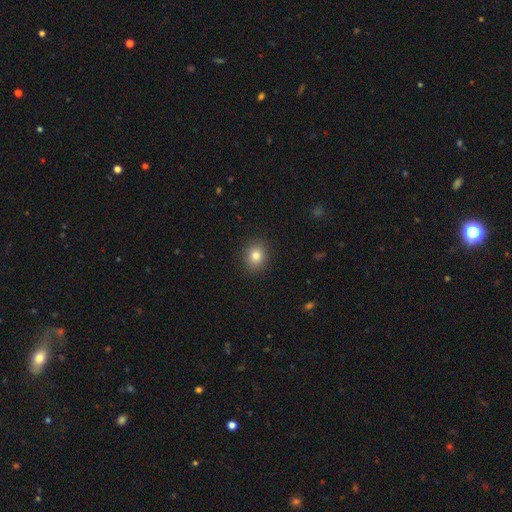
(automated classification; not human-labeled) Morphology: type=smooth (82%); roundness=round (69%); merging=none (90%).